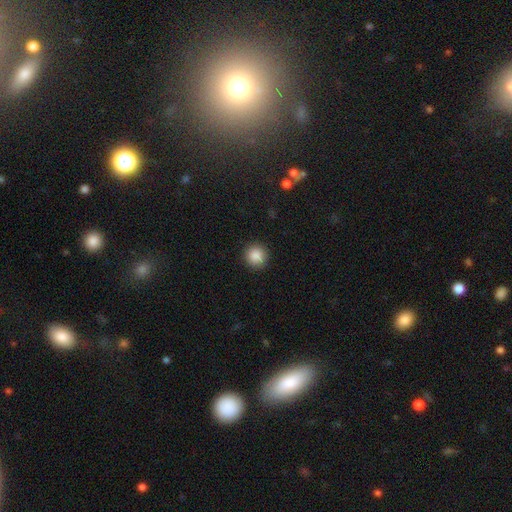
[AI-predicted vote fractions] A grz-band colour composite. It shows a smooth galaxy with no disk features (88%) that is round (94%). Merging: none (91%).